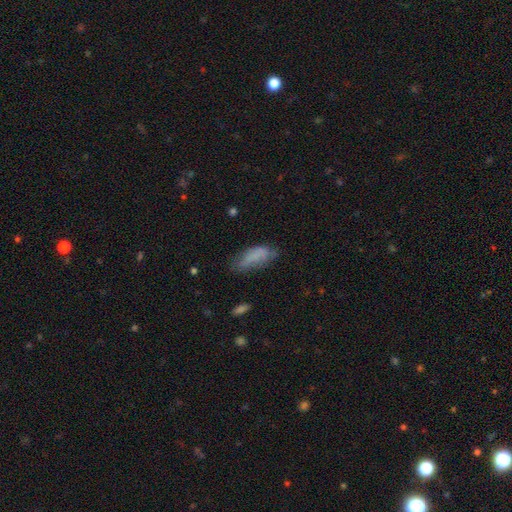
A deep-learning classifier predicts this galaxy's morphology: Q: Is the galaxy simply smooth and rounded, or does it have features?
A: smooth — 74%.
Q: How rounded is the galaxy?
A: in between — 77%.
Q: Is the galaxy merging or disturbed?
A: none — 48%.